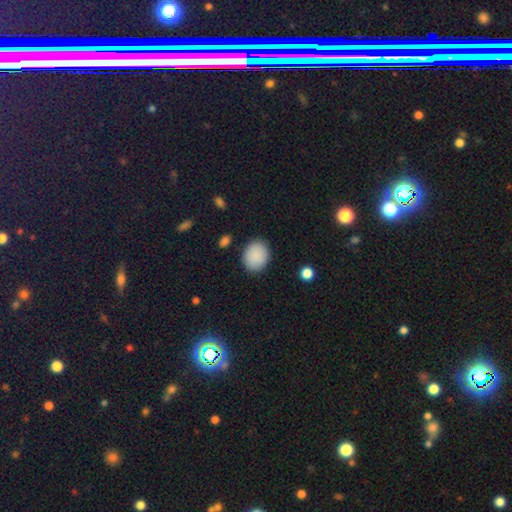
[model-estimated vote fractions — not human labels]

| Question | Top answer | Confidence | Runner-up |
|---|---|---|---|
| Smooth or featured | smooth | 89% | star or artifact (7%) |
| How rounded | round | 57% | in between (42%) |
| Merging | none | 87% | minor disturbance (9%) |